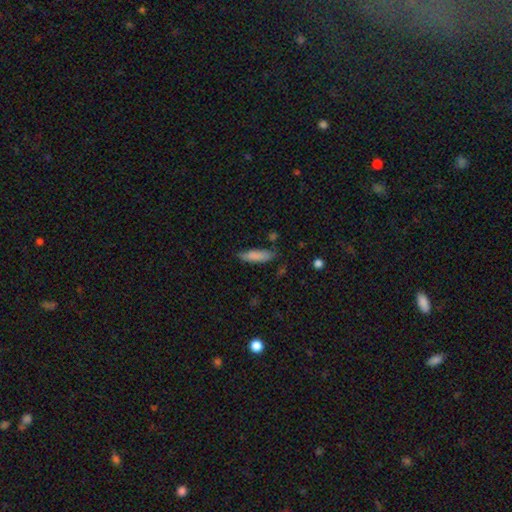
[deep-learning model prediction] Overall: smooth (85%). How rounded: cigar-shaped (54%; in between 45%). Merging: none (71%).